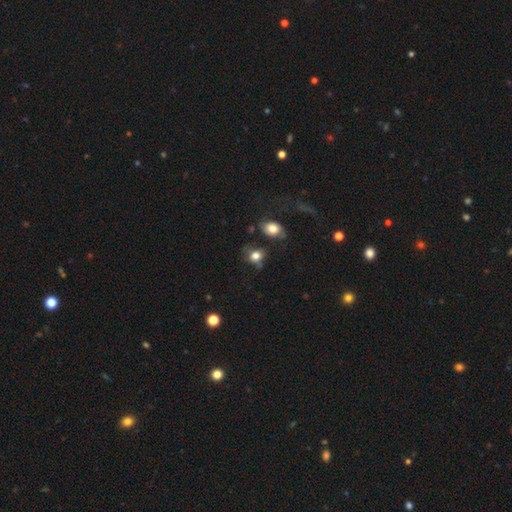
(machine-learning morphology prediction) smooth_or_featured: smooth (p=0.74) [alt: star or artifact p=0.13]
how_rounded: round (p=0.59) [alt: in between p=0.39]
merging: none (p=0.52) [alt: minor disturbance p=0.24]